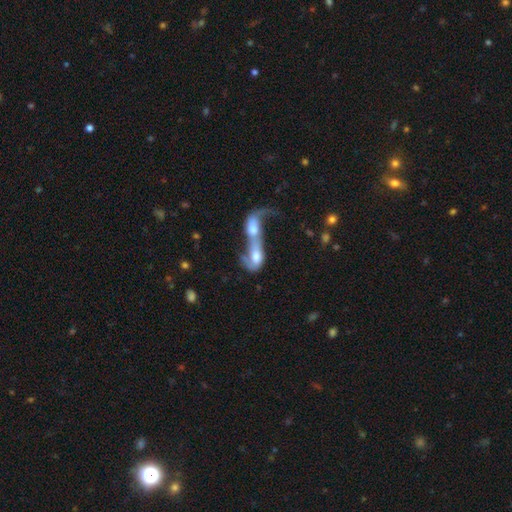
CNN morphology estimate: Smooth or featured? Predicted: featured or disk (p=0.46). Merging? Predicted: merger (p=0.86).